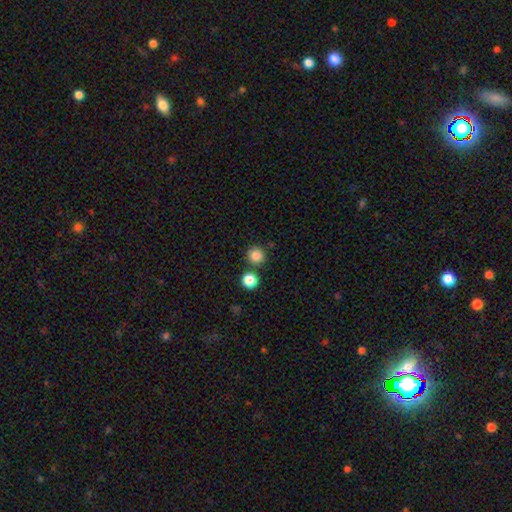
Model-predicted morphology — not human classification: Overall: smooth (85%). How rounded: round (93%). Merging: none (81%).